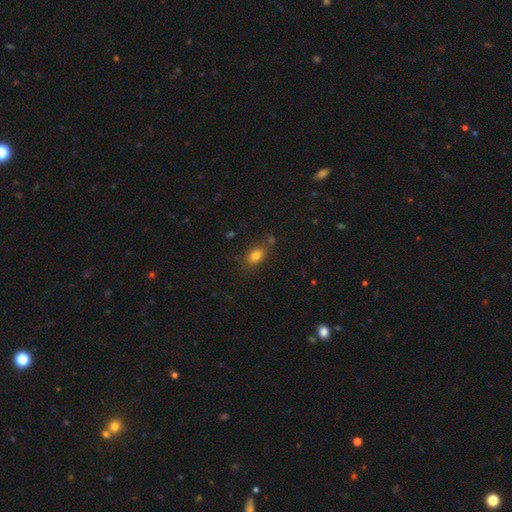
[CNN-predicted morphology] Smooth or featured? smooth (79%)
How rounded? in between (79%)
Merging? none (72%)